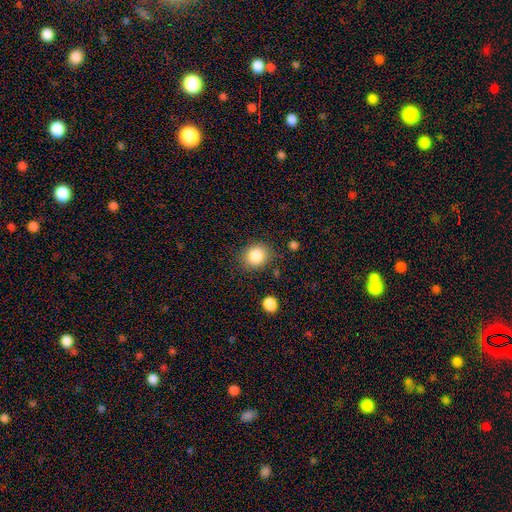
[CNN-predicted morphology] smooth-or-featured: smooth: 85% | star or artifact: 10% | featured or disk: 6%
  how-rounded: round: 74% | in between: 25% | cigar-shaped: 1%
  merging: none: 81% | minor disturbance: 12% | major disturbance: 4% | merger: 3%